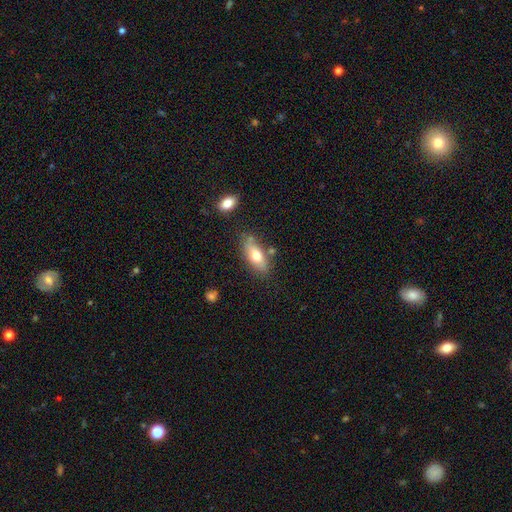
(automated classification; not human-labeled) A smooth galaxy with no disk features (68%) that is in between round and cigar-shaped (78%). Merging: none (72%).